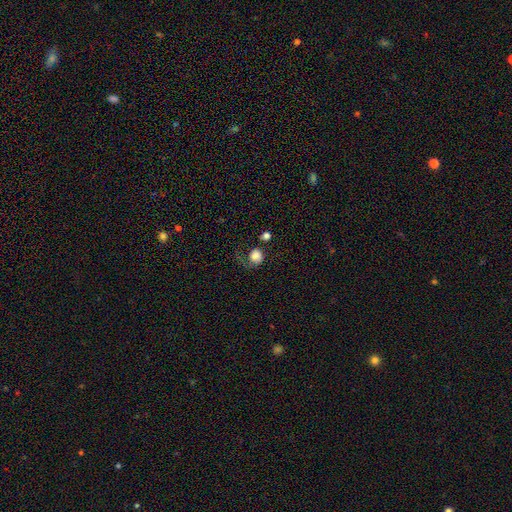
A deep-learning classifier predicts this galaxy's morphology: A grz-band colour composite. It shows a smooth galaxy with no disk features (72%) that is round (72%). Merging: major disturbance (37%).